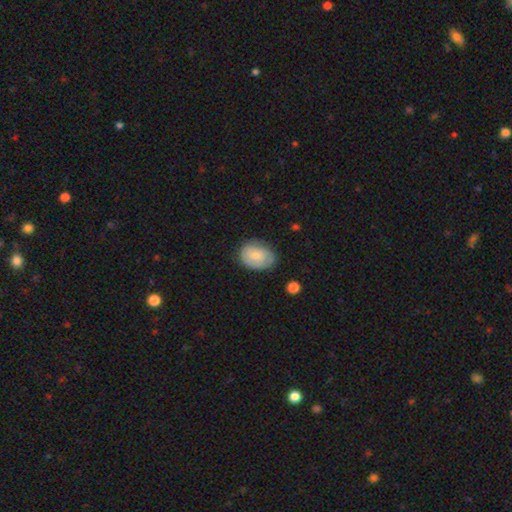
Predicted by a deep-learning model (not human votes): This is likely a smooth galaxy (73%). How rounded: likely in between (67%). Merging: likely none (70%).